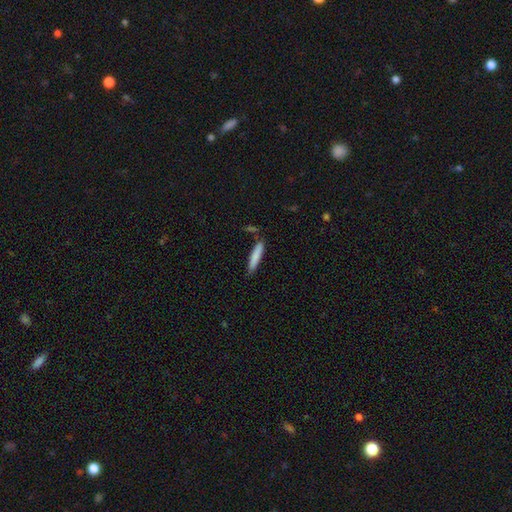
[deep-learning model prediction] Overall: smooth (82%). How rounded: cigar-shaped (90%). Merging: none (82%).